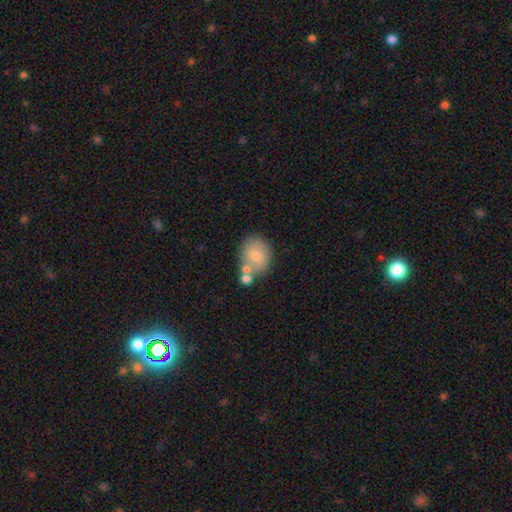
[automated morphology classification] Smooth or featured? smooth (74%)
How rounded? round (64%)
Merging? none (57%)